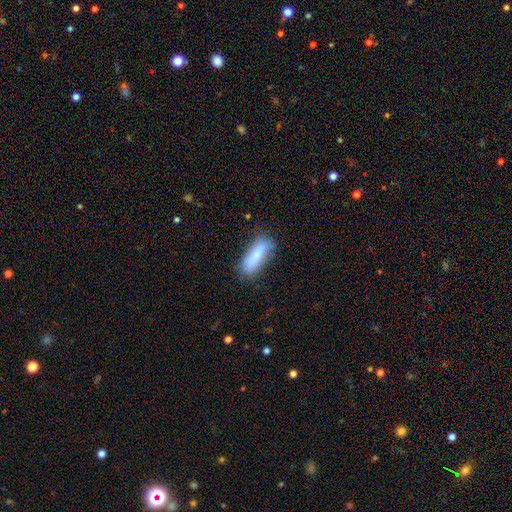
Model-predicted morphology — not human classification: Overall: smooth (75%). How rounded: in between (62%; cigar-shaped 35%). Merging: none (70%).